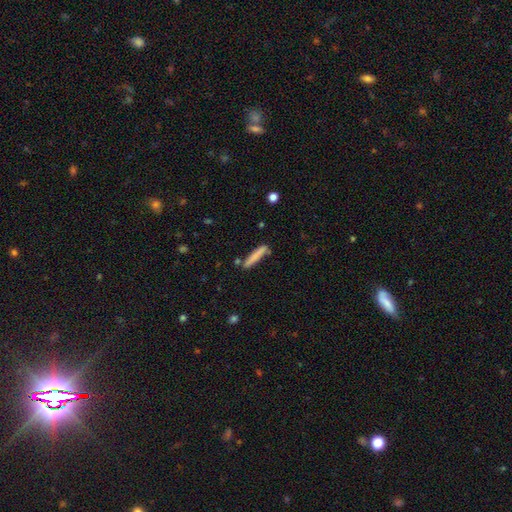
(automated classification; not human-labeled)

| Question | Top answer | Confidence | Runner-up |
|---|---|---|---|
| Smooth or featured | smooth | 76% | featured or disk (18%) |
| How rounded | cigar-shaped | 92% | in between (6%) |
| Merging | none | 74% | minor disturbance (16%) |